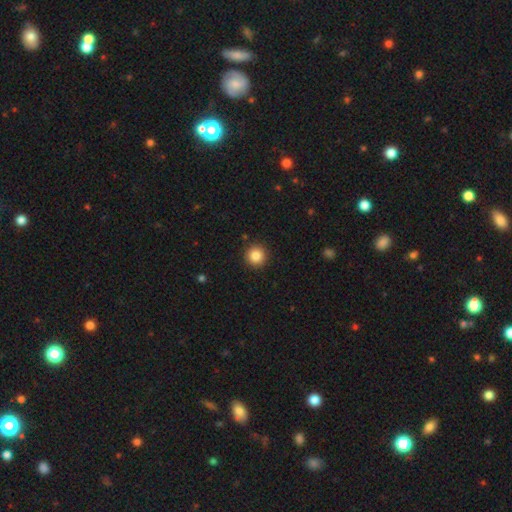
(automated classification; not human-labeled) Smooth or featured?
  - smooth: 86% *
  - star or artifact: 10%
  - featured or disk: 5%
How rounded?
  - round: 95% *
  - in between: 4%
  - cigar-shaped: 1%
Merging?
  - none: 92% *
  - minor disturbance: 5%
  - major disturbance: 2%
  - merger: 1%